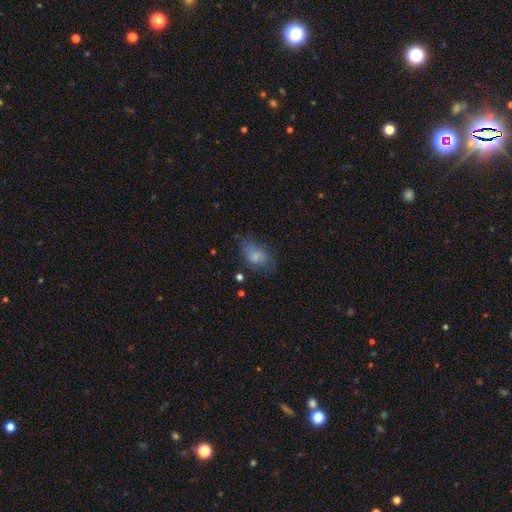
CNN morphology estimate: Overall: smooth (73%). How rounded: in between (87%). Merging: none (57%; minor disturbance 26%).